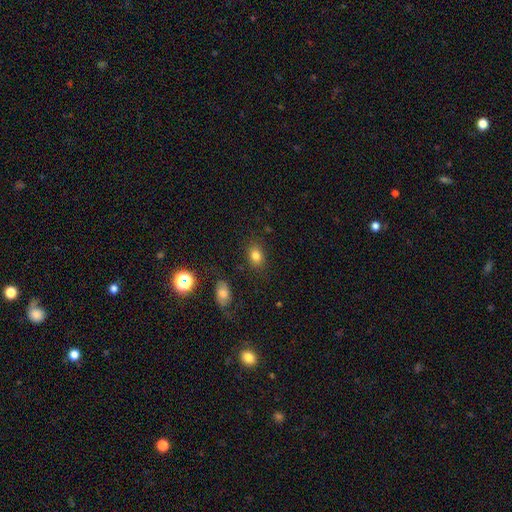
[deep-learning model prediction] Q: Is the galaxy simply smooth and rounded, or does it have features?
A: smooth — 80%.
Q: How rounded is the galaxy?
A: in between — 65%.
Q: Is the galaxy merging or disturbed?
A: none — 83%.